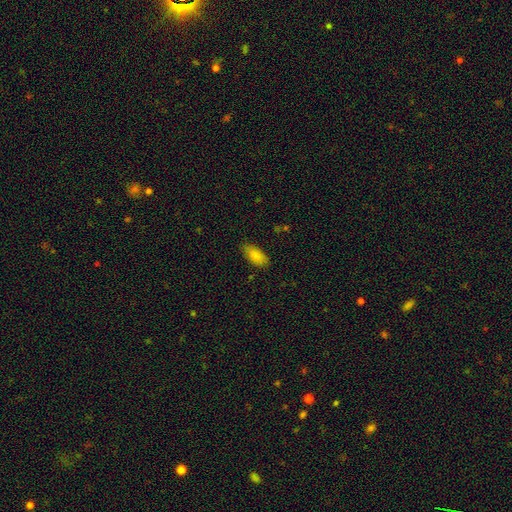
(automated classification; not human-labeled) The model was most divided on "merging": none: 84%, minor disturbance: 12%, major disturbance: 2%, merger: 1%. More confident: how rounded — in between (90%); smooth or featured — smooth (83%).